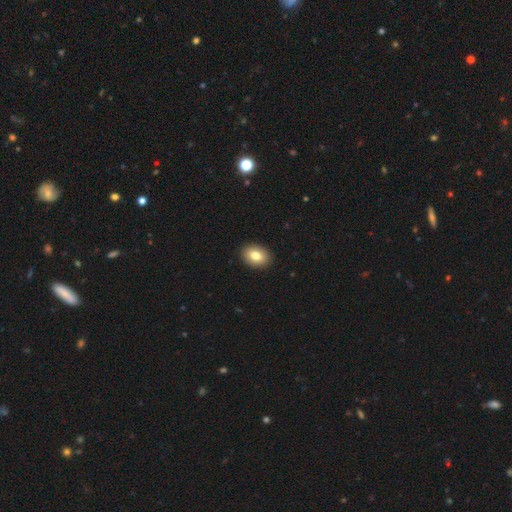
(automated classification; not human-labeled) A smooth galaxy with no disk features (81%) that is in between round and cigar-shaped (77%). Merging: none (92%).